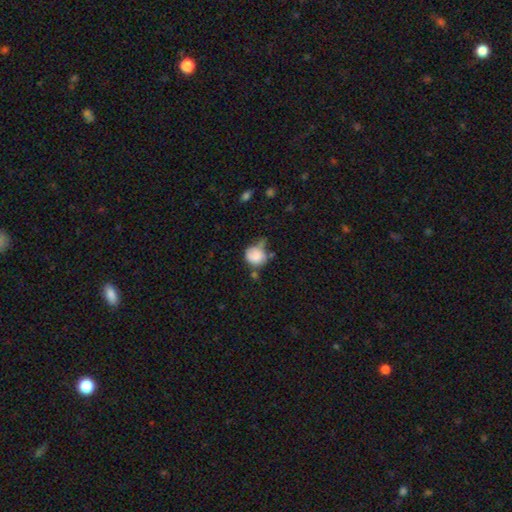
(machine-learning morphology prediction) Smooth or featured?
  - smooth: 81% *
  - featured or disk: 11%
  - star or artifact: 8%
How rounded?
  - round: 76% *
  - in between: 23%
  - cigar-shaped: 1%
Merging?
  - none: 37% *
  - minor disturbance: 33%
  - merger: 15%
  - major disturbance: 14%